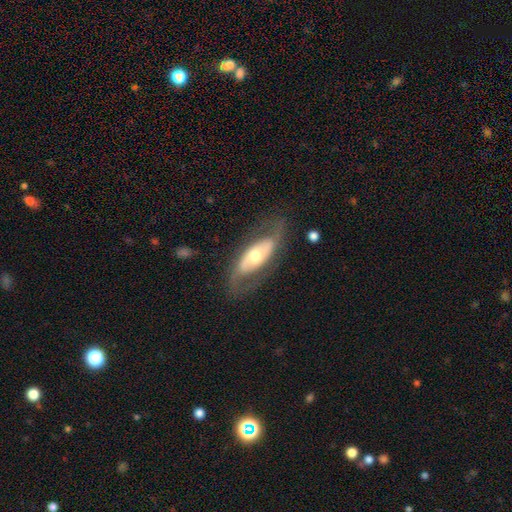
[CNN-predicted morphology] The model was most divided on "spiral arms": yes: 69%, no: 31%. More confident: edge-on disk — no (85%); merging — none (71%); smooth or featured — featured or disk (70%); bulge size — moderate (67%); bar — no (62%).